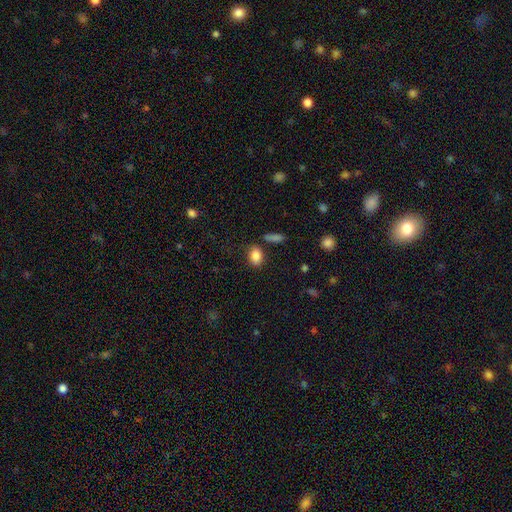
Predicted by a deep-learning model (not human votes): Smooth or featured: smooth — 86% (star or artifact — 8%)
How rounded: in between — 83% (round — 15%)
Merging: none — 79% (minor disturbance — 12%)